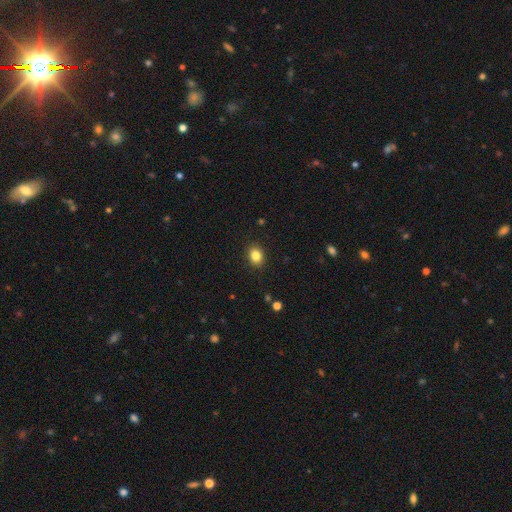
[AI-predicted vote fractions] This is clearly a smooth galaxy (85%). How rounded: possibly in between (55%). Merging: clearly none (90%).